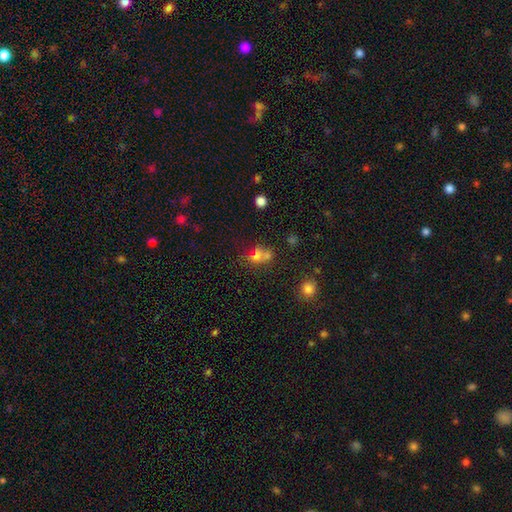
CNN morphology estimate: Smooth or featured? Predicted: smooth (p=0.62). How rounded? Predicted: round (p=0.60). Merging? Predicted: merger (p=0.48).